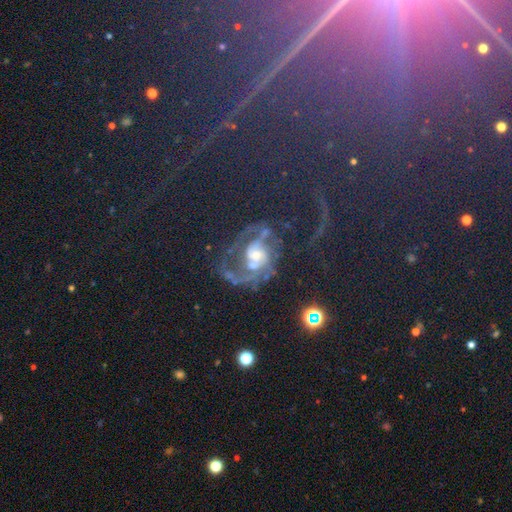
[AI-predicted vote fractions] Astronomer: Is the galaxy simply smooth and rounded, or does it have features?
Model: featured or disk — 55%.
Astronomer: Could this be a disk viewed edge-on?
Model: no — 94%.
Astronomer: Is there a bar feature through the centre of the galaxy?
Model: no — 68%.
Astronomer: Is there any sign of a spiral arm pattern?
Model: yes — 73%.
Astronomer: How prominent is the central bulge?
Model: moderate — 54%.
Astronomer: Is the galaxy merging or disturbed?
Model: none — 49% (runner-up: major disturbance, 26%).